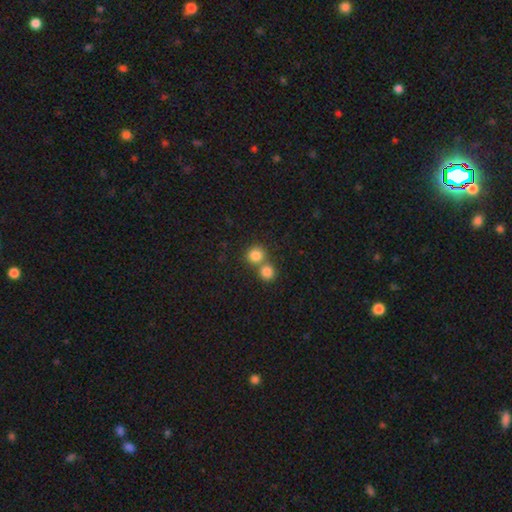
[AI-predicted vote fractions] This is clearly a smooth galaxy (83%). How rounded: clearly round (88%). Merging: possibly none (51%).